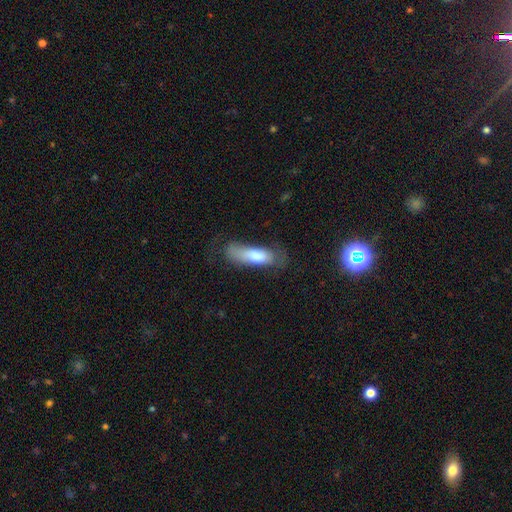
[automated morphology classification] The model was most divided on "how rounded": in between: 50%, cigar-shaped: 48%, round: 2%. Remaining: smooth or featured — smooth (67%); merging — none (49%).